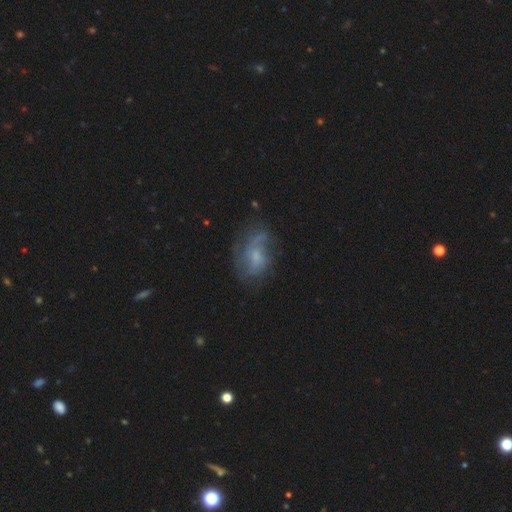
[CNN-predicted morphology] Smooth or featured? featured or disk (60%)
Edge-on disk? no (97%)
Bar? no (64%)
Spiral arms? yes (73%)
Bulge size? small (42%)
Merging? none (50%)